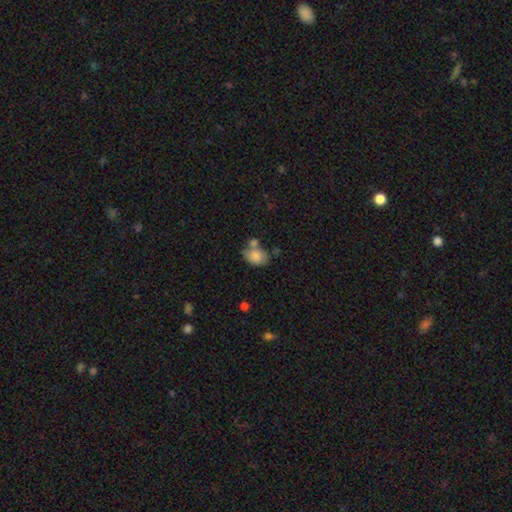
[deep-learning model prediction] This appears to be a smooth galaxy with no disk features (82%) that is in between round and cigar-shaped (73%). Merging: none (45%).